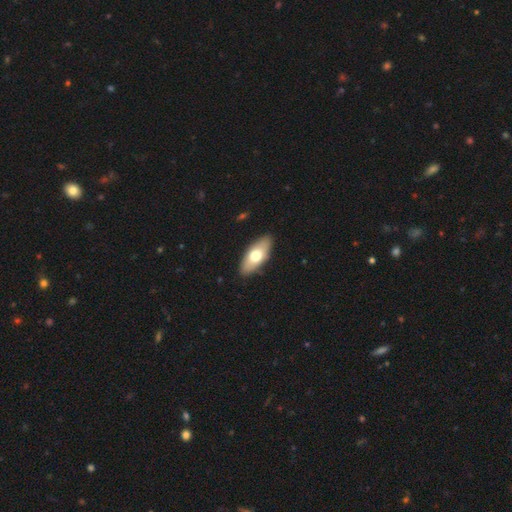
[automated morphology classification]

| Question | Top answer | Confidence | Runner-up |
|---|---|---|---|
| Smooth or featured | smooth | 64% | featured or disk (30%) |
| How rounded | in between | 83% | cigar-shaped (15%) |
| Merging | none | 88% | minor disturbance (9%) |